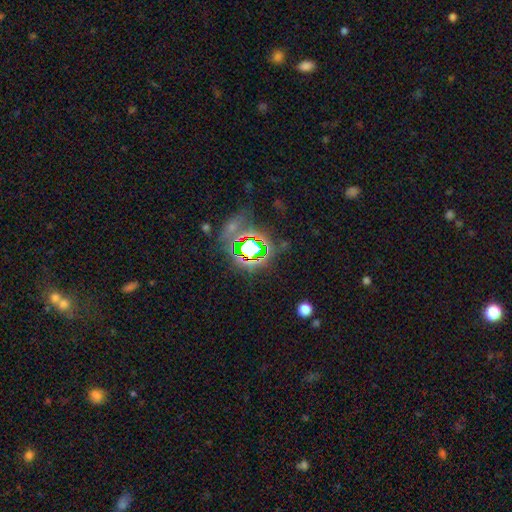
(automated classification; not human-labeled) Smooth or featured? star or artifact (77%)